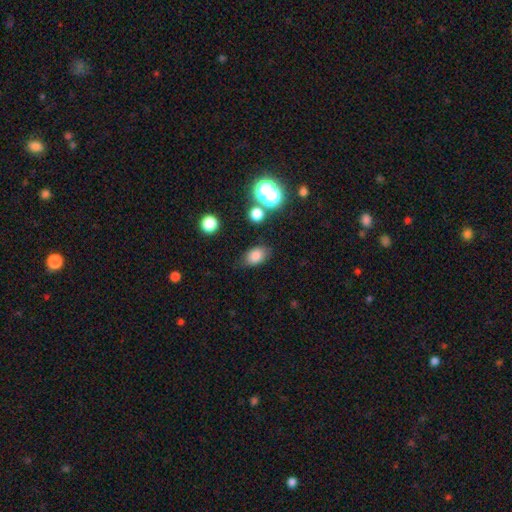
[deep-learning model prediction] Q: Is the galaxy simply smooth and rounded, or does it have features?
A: smooth — 79%.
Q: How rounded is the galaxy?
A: in between — 81%.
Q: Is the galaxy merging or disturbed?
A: none — 75%.